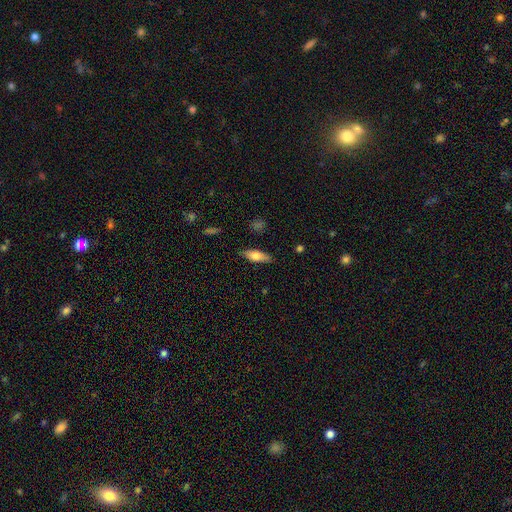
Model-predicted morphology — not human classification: smooth-or-featured: smooth: 65% | featured or disk: 28% | star or artifact: 7%
  how-rounded: in between: 59% | cigar-shaped: 38% | round: 3%
  merging: none: 83% | minor disturbance: 13% | major disturbance: 3% | merger: 1%